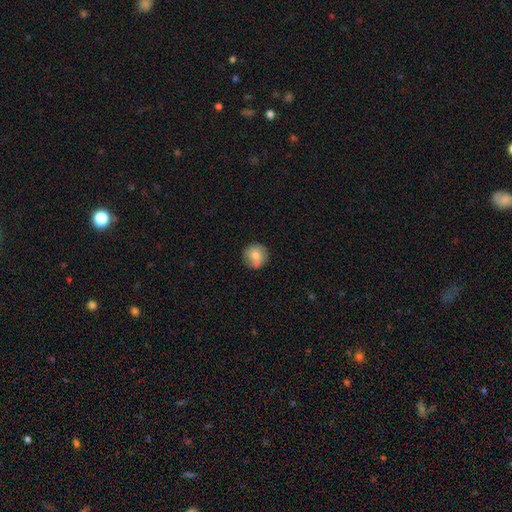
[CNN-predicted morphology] This is likely a smooth galaxy (73%). How rounded: clearly round (93%). Merging: likely none (75%).